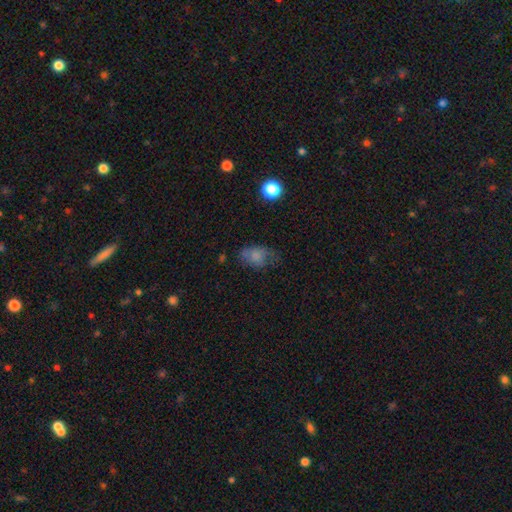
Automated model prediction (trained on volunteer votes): The model was most divided on "merging": none: 45%, minor disturbance: 30%, major disturbance: 22%, merger: 3%. More confident: how rounded — in between (78%); smooth or featured — smooth (70%).